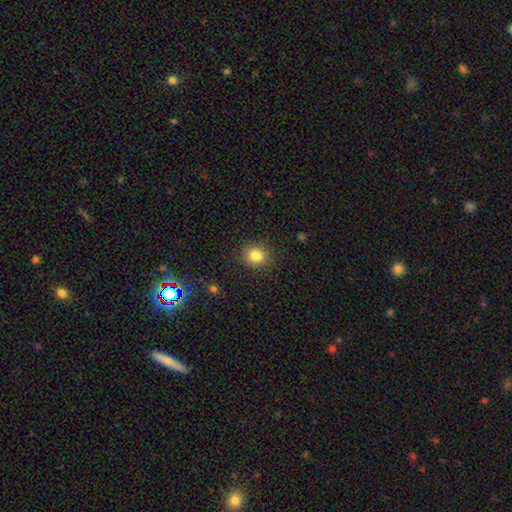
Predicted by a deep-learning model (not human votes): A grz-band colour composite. It shows a smooth galaxy with no disk features (82%) that is round (80%). Merging: none (88%).